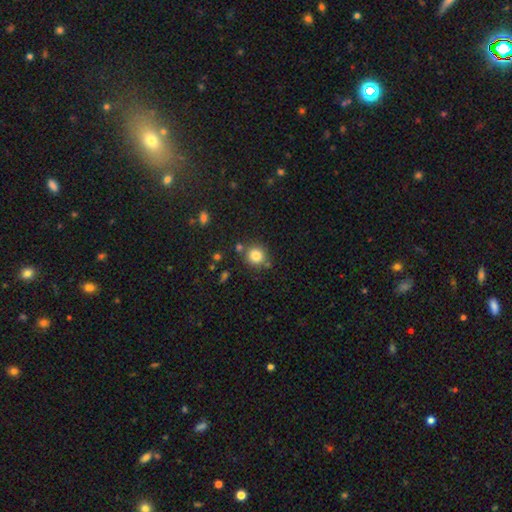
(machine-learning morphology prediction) A smooth galaxy with no disk features (83%) that is round (92%).

Vote fractions:
- Smooth or featured? smooth: 83% / star or artifact: 11% / featured or disk: 6%
- How rounded? round: 92% / in between: 7% / cigar-shaped: 1%
- Merging? none: 78% / merger: 10% / minor disturbance: 9% / major disturbance: 3%